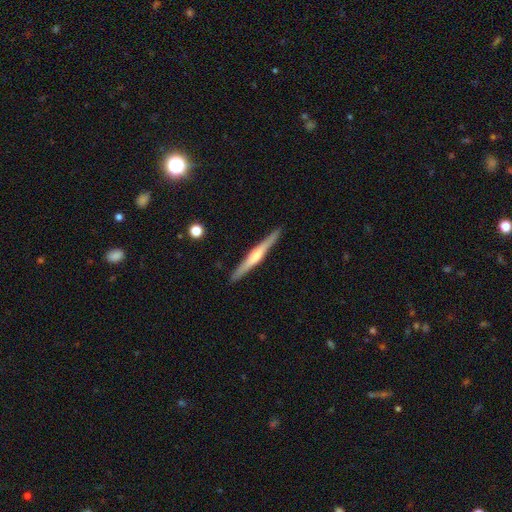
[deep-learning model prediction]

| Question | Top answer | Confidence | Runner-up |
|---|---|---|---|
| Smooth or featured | featured or disk | 68% | smooth (27%) |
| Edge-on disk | yes | 98% | no (2%) |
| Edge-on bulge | rounded | 75% | none (13%) |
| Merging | none | 91% | minor disturbance (6%) |